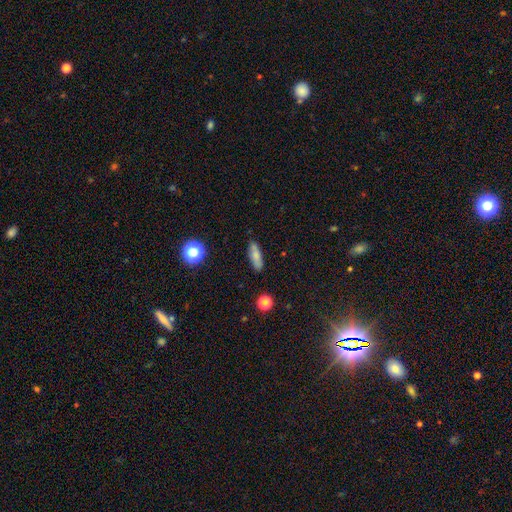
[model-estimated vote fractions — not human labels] This is likely a smooth galaxy (75%). How rounded: possibly in between (53%). Merging: clearly none (84%).